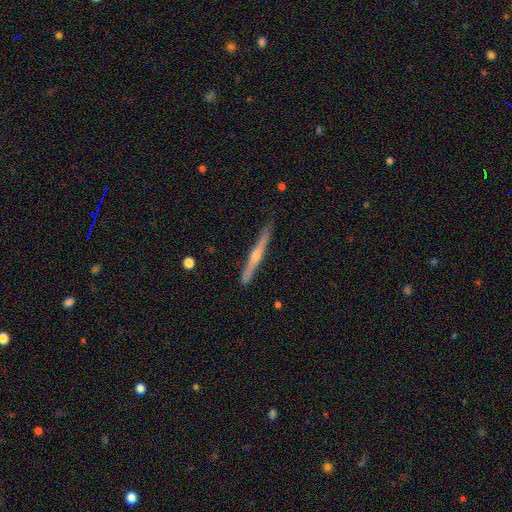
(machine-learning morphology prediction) Smooth or featured? featured or disk (71%)
Edge-on disk? yes (97%)
Edge-on bulge? rounded (79%)
Merging? none (87%)